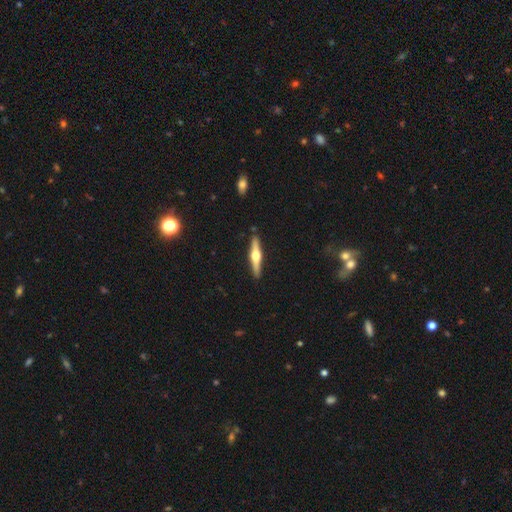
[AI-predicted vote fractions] This appears to be a featured or disk galaxy (67%) viewed edge-on (97%) with a rounded central bulge (95%). Merging: none (90%).